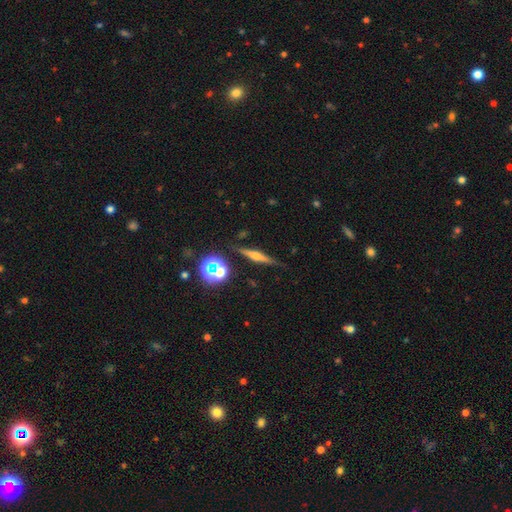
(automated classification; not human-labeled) smooth_or_featured: featured or disk (p=0.61) [alt: smooth p=0.26]
disk_edge_on: yes (p=0.96) [alt: no p=0.04]
edge_on_bulge: rounded (p=0.82) [alt: boxy p=0.11]
merging: none (p=0.84) [alt: minor disturbance p=0.11]